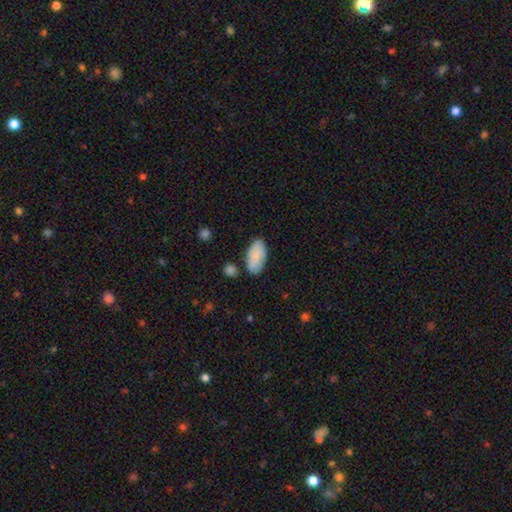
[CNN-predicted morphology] Smooth or featured? smooth (87%)
How rounded? in between (95%)
Merging? none (74%)